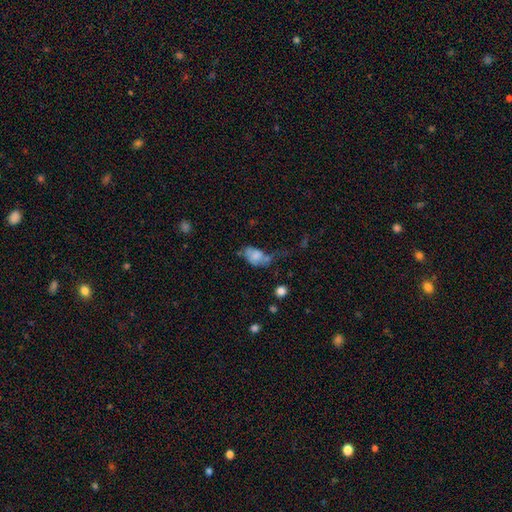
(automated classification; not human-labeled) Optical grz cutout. It shows a smooth galaxy with no disk features (65%) that is in between round and cigar-shaped (83%). Merging: major disturbance (32%).